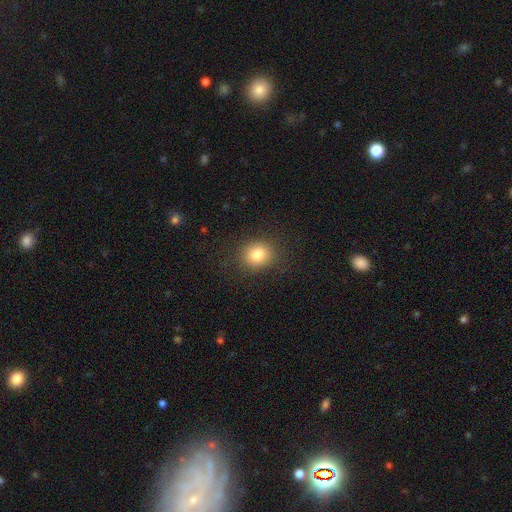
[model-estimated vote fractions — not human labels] This is clearly a smooth galaxy (81%). How rounded: clearly round (81%). Merging: clearly none (88%).